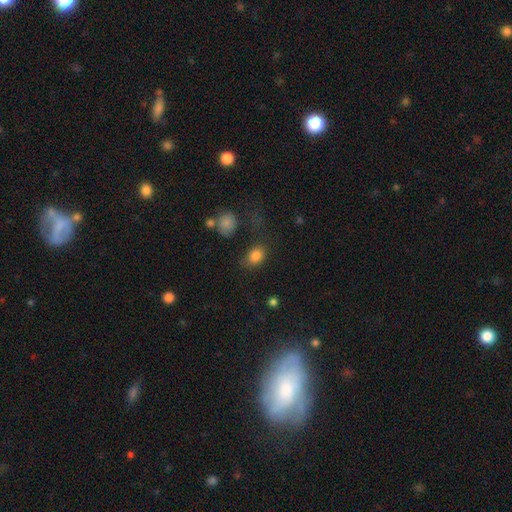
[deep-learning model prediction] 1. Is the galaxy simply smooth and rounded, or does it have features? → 84% smooth, 10% star or artifact, 6% featured or disk.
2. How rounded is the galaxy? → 66% in between, 33% round, 1% cigar-shaped.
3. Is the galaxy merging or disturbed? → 66% none, 19% minor disturbance, 10% major disturbance, 6% merger.